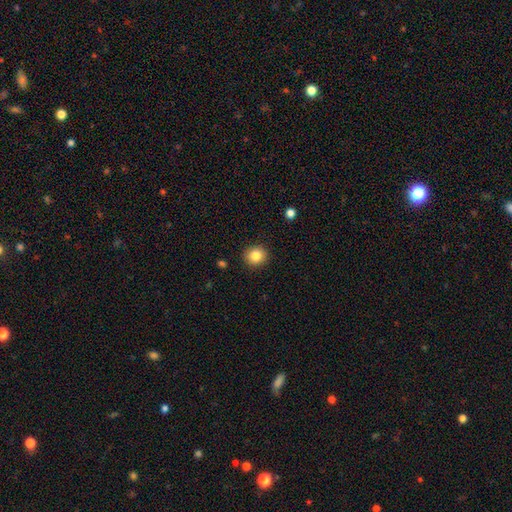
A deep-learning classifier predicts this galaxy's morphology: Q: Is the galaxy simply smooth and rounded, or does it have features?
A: smooth — 84%.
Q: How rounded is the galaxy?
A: round — 82%.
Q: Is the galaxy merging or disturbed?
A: none — 91%.